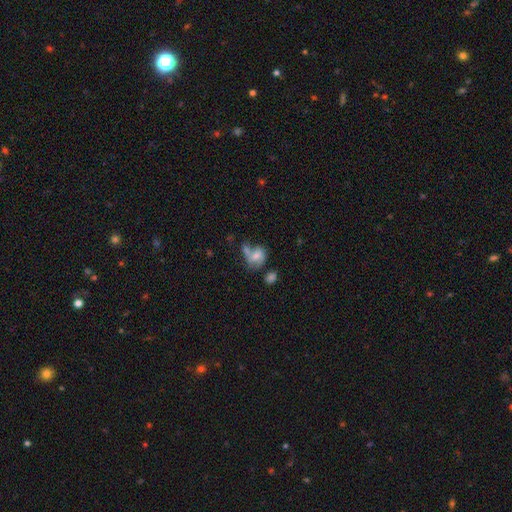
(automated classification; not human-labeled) A smooth galaxy with no disk features (55%) that is in between round and cigar-shaped (62%).

Vote fractions:
- Smooth or featured? smooth: 55% / featured or disk: 34% / star or artifact: 11%
- How rounded? in between: 62% / round: 36% / cigar-shaped: 2%
- Merging? merger: 38% / none: 29% / minor disturbance: 18% / major disturbance: 15%